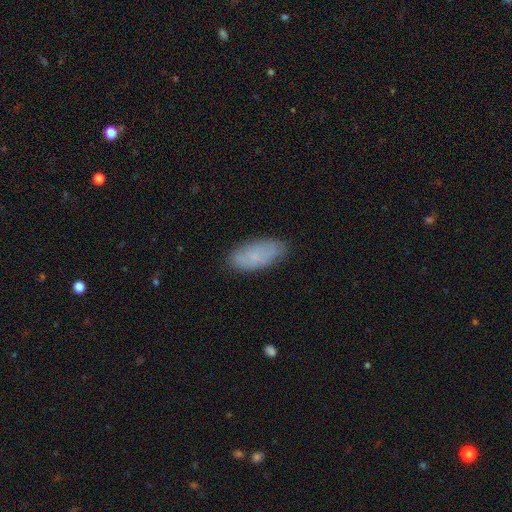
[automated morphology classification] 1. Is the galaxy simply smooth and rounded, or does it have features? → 75% smooth, 18% featured or disk, 8% star or artifact.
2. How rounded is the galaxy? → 88% in between, 9% cigar-shaped, 2% round.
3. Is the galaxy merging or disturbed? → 81% none, 15% minor disturbance, 3% major disturbance, 1% merger.